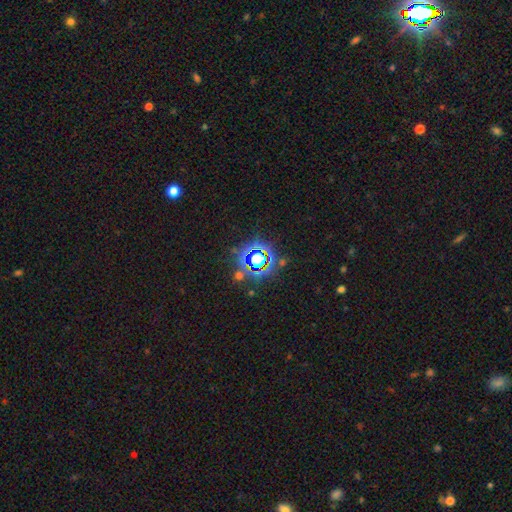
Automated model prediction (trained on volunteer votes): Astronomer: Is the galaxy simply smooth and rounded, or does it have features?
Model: star or artifact — 69%.